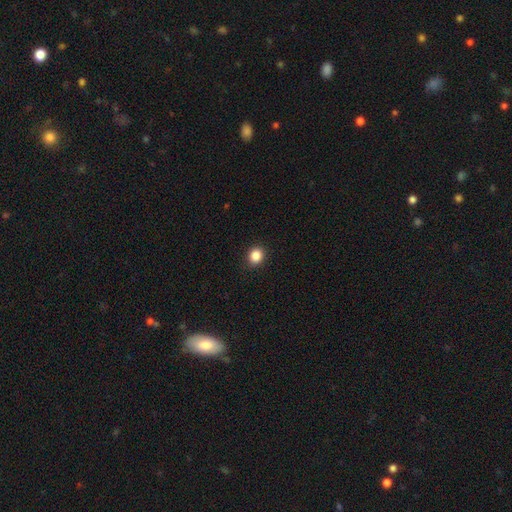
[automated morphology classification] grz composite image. It shows a smooth galaxy with no disk features (86%) that is round (72%). Merging: none (91%).